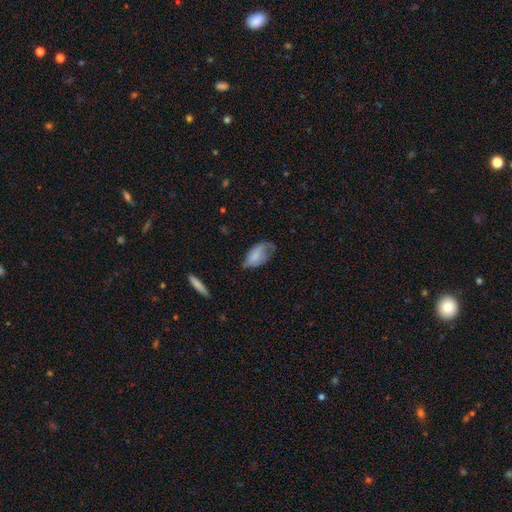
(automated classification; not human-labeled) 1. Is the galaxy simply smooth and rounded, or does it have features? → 70% smooth, 22% featured or disk, 8% star or artifact.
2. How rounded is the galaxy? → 92% in between, 4% round, 4% cigar-shaped.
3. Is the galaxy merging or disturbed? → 38% minor disturbance, 33% none, 27% major disturbance, 2% merger.